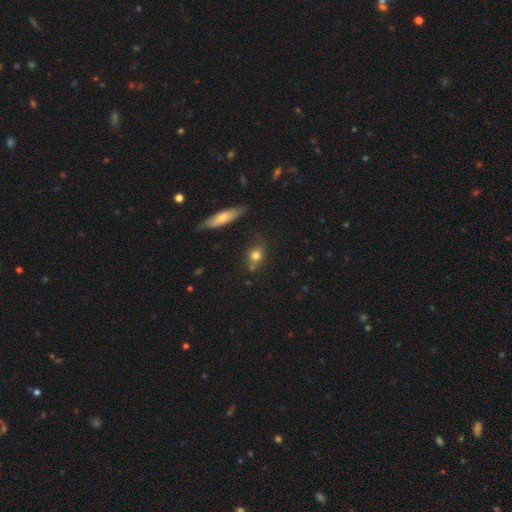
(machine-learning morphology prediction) The model was most divided on "how rounded": round: 49%, in between: 43%, cigar-shaped: 9%. More confident: smooth or featured — smooth (73%); merging — none (67%).